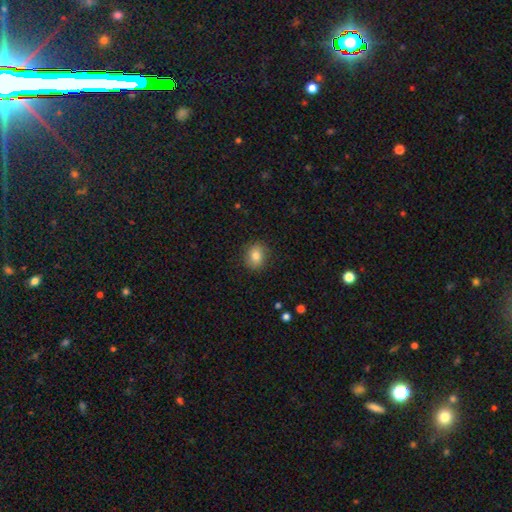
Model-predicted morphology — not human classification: smooth 82%, star or artifact 9%, featured or disk 9%. Down the decision tree: how rounded — round (51%); merging — none (86%).